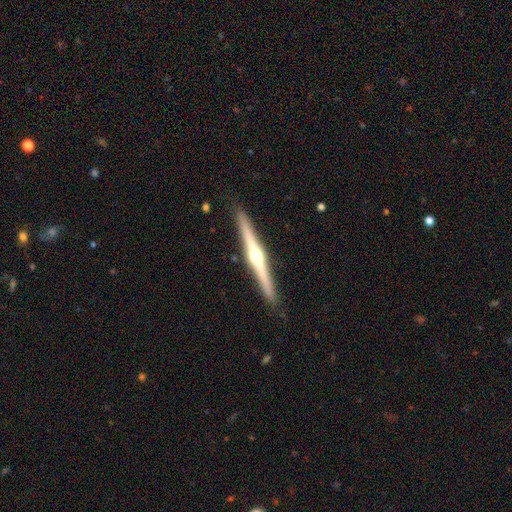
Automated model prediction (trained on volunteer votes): smooth_or_featured: featured or disk (p=0.80) [alt: smooth p=0.15]
disk_edge_on: yes (p=0.98) [alt: no p=0.02]
edge_on_bulge: rounded (p=0.92) [alt: none p=0.04]
merging: none (p=0.91) [alt: minor disturbance p=0.07]